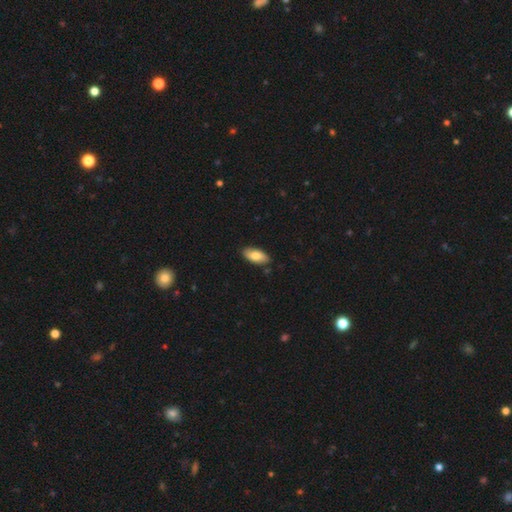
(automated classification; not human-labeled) smooth 79%, featured or disk 15%, star or artifact 6%. Down the decision tree: how rounded — in between (90%); merging — none (86%).